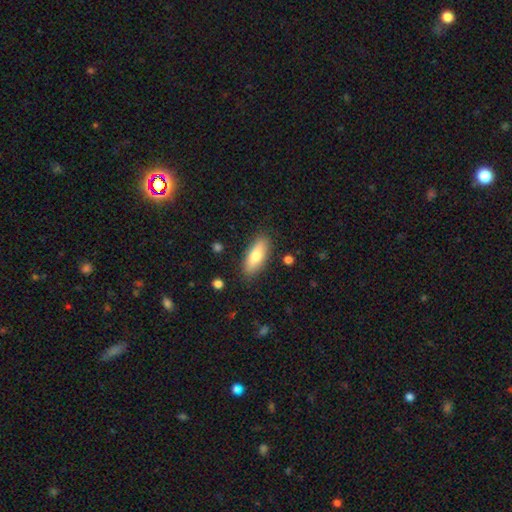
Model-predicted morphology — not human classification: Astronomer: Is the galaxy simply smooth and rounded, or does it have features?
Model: smooth — 73%.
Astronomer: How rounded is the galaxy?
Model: in between — 67%.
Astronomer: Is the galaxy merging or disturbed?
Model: none — 86%.